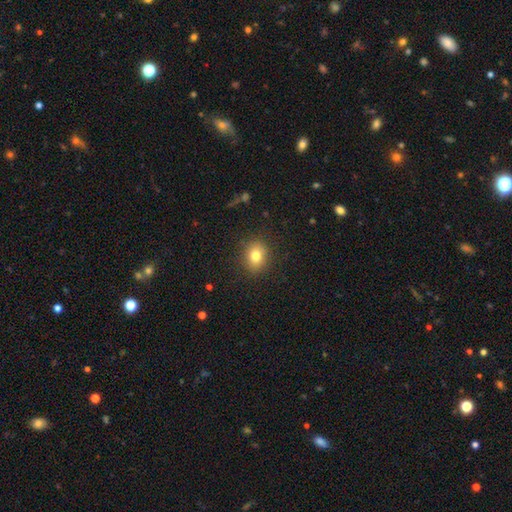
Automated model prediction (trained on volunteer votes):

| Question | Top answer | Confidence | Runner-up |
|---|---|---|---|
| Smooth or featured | smooth | 79% | star or artifact (11%) |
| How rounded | round | 57% | in between (42%) |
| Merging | none | 87% | minor disturbance (9%) |